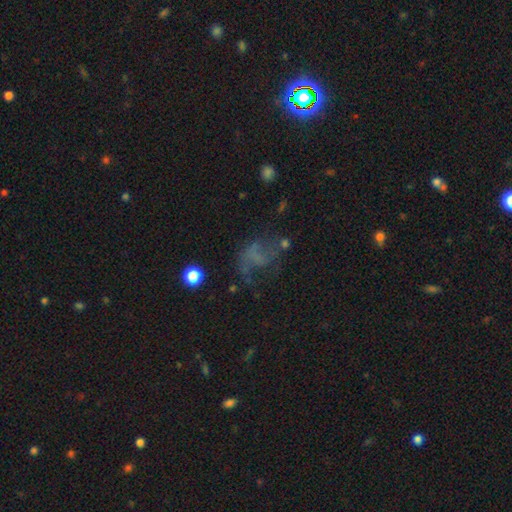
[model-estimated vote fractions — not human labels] The model was most divided on "merging": none: 40%, major disturbance: 35%, minor disturbance: 19%, merger: 6%. Remaining: smooth or featured — featured or disk (42%).